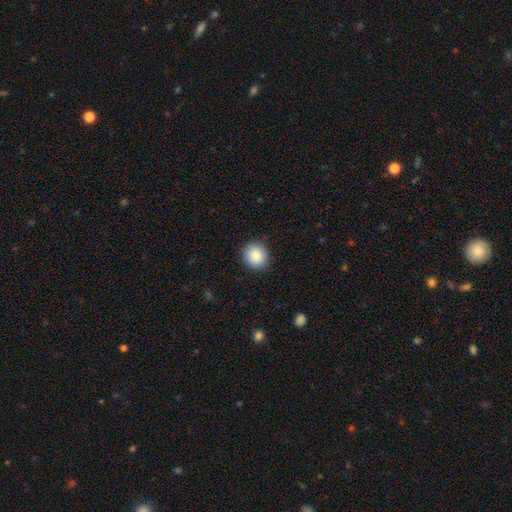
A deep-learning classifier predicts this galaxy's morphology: This is clearly a smooth galaxy (86%). How rounded: clearly round (82%). Merging: clearly none (89%).